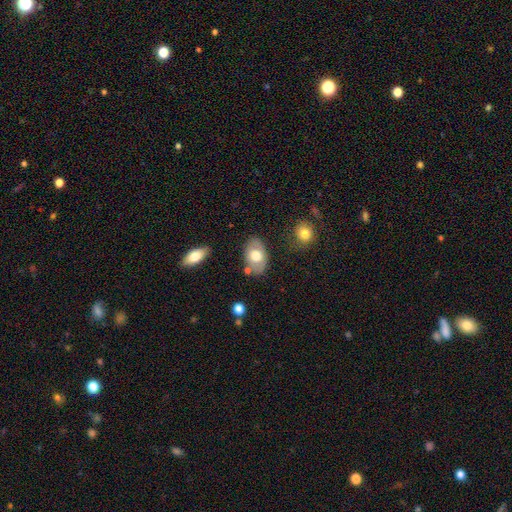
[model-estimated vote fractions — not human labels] Q: Smooth or featured?
A: smooth (64%); runner-up: featured or disk (30%)
Q: How rounded?
A: in between (87%); runner-up: round (11%)
Q: Merging?
A: none (74%); runner-up: minor disturbance (16%)